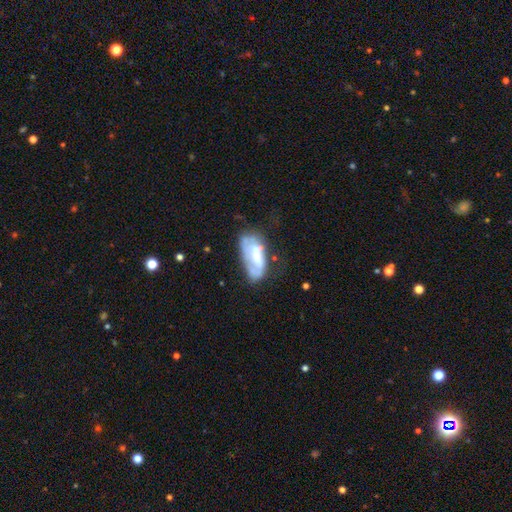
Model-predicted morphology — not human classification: smooth-or-featured: featured or disk: 50% | smooth: 42% | star or artifact: 8%
  disk-edge-on: no: 93% | yes: 7%
  merging: none: 39% | minor disturbance: 29% | major disturbance: 24% | merger: 8%